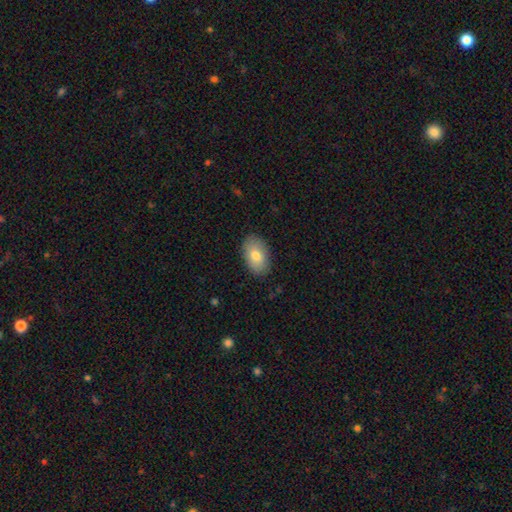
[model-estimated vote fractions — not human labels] Smooth or featured? Predicted: smooth (p=0.79). How rounded? Predicted: in between (p=0.91). Merging? Predicted: none (p=0.86).